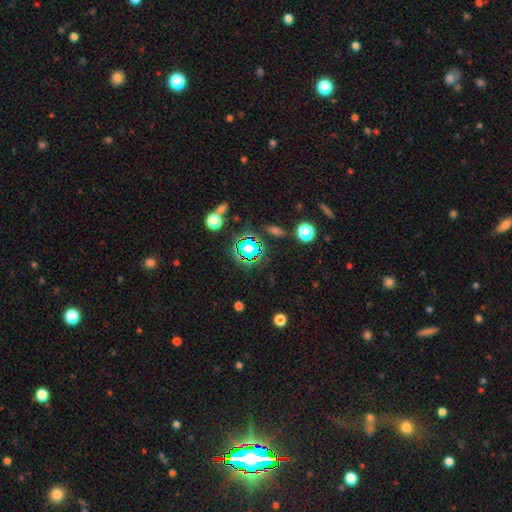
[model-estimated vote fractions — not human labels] Smooth or featured?
  - star or artifact: 76% *
  - smooth: 15%
  - featured or disk: 9%